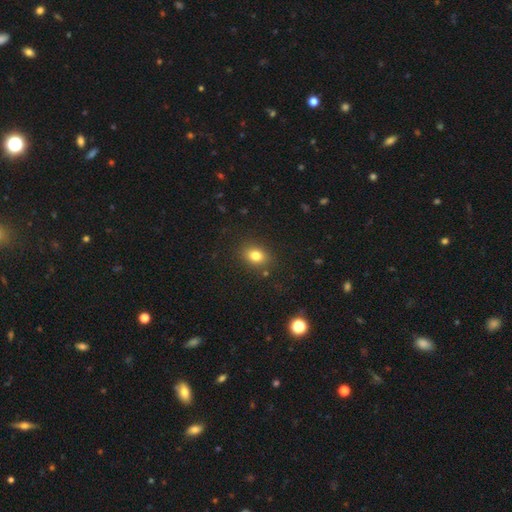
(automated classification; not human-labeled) The model was most divided on "how rounded": in between: 57%, round: 42%, cigar-shaped: 1%. More confident: merging — none (84%); smooth or featured — smooth (80%).